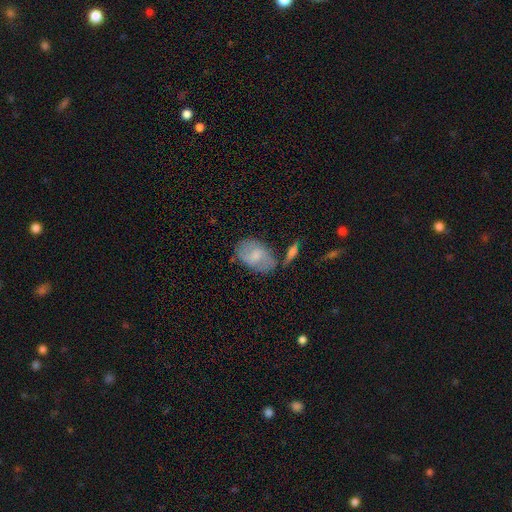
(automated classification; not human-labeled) Smooth or featured: smooth — 58% (featured or disk — 35%)
How rounded: in between — 88% (round — 10%)
Merging: none — 58% (minor disturbance — 24%)